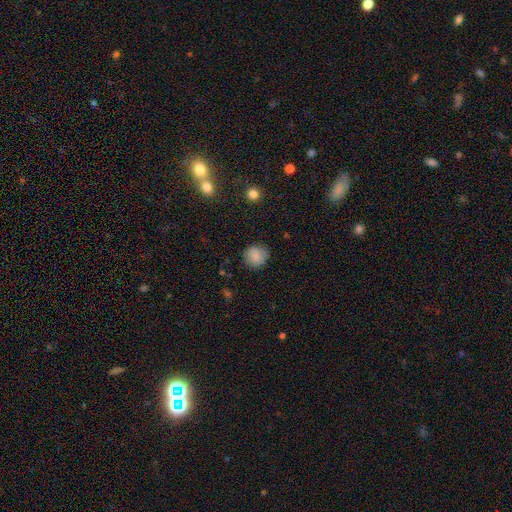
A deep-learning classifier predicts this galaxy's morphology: Smooth or featured? smooth (85%)
How rounded? round (88%)
Merging? none (84%)